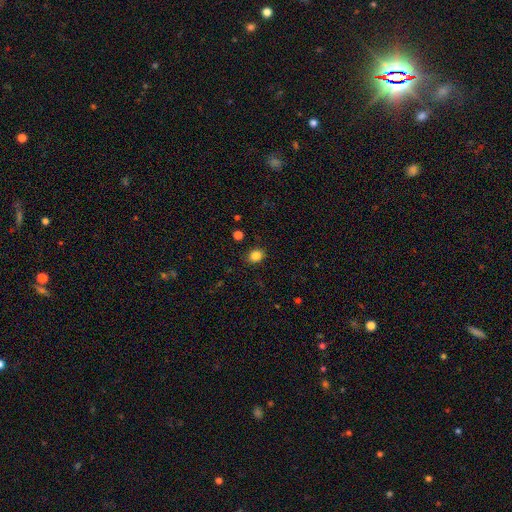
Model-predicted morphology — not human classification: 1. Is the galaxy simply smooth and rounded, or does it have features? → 84% smooth, 11% star or artifact, 5% featured or disk.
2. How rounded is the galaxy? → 60% round, 39% in between, 1% cigar-shaped.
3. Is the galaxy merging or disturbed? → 87% none, 9% minor disturbance, 3% major disturbance, 1% merger.